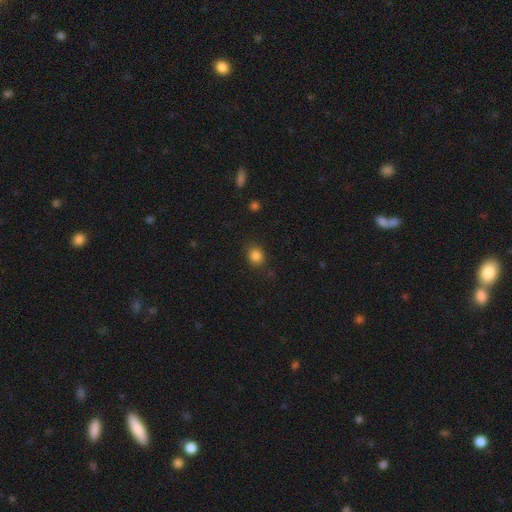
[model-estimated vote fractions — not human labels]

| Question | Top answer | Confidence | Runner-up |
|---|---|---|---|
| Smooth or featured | smooth | 84% | star or artifact (12%) |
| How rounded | round | 68% | in between (31%) |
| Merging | none | 85% | minor disturbance (10%) |